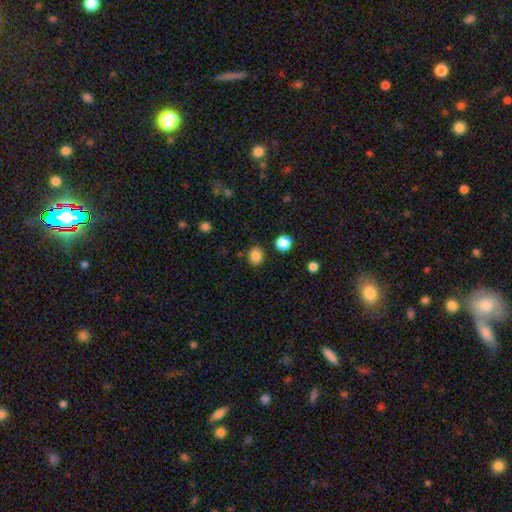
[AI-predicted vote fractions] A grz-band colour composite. It shows a smooth galaxy with no disk features (85%) that is round (59%). Merging: none (84%).